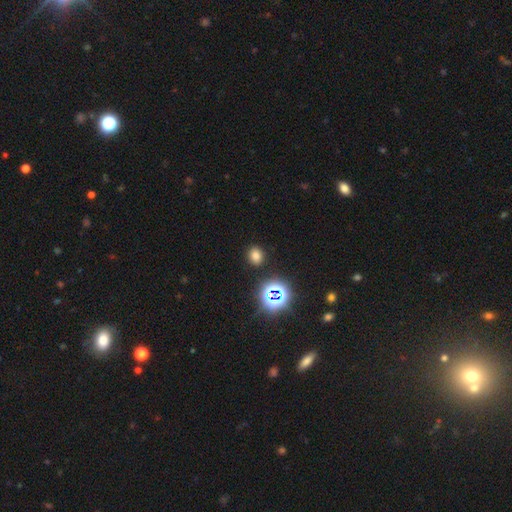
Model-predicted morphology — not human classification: type=smooth (72%); roundness=round (59%); merging=none (88%).